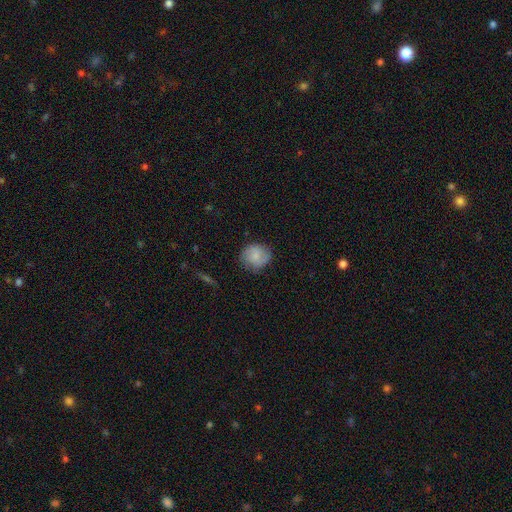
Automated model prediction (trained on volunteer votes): smooth-or-featured: smooth: 68% | featured or disk: 24% | star or artifact: 8%
  how-rounded: round: 81% | in between: 17% | cigar-shaped: 1%
  merging: none: 77% | minor disturbance: 18% | major disturbance: 5% | merger: 1%